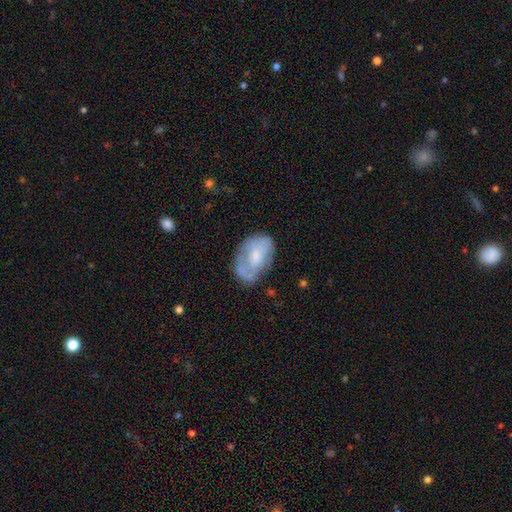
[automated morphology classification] Smooth or featured? Predicted: featured or disk (p=0.49). Merging? Predicted: none (p=0.52).